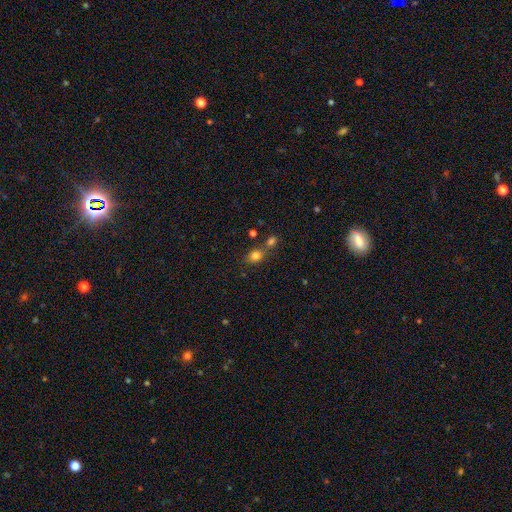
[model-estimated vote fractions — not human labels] smooth-or-featured: smooth: 79% | star or artifact: 13% | featured or disk: 7%
  how-rounded: round: 55% | in between: 44% | cigar-shaped: 1%
  merging: none: 55% | merger: 30% | minor disturbance: 12% | major disturbance: 4%